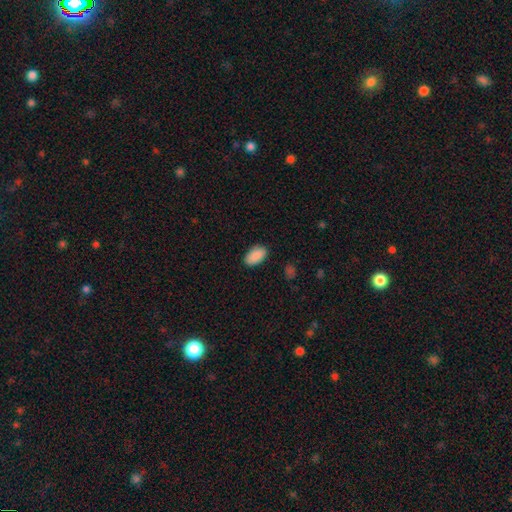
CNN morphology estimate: The model was most divided on "merging": none: 87%, minor disturbance: 10%, major disturbance: 2%, merger: 1%. More confident: how rounded — in between (94%); smooth or featured — smooth (90%).